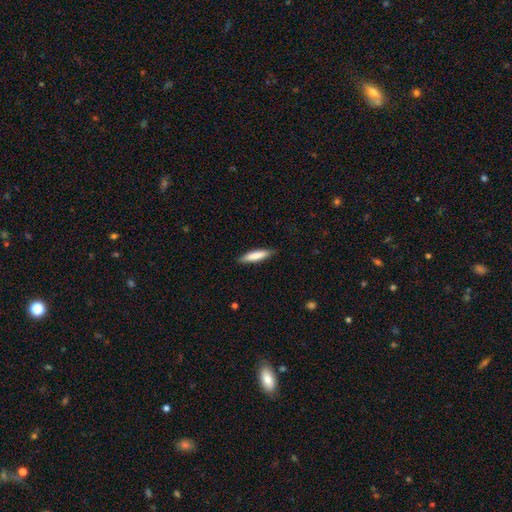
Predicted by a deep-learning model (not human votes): Smooth or featured: smooth — 79% (featured or disk — 16%)
How rounded: cigar-shaped — 80% (in between — 19%)
Merging: none — 86% (minor disturbance — 11%)